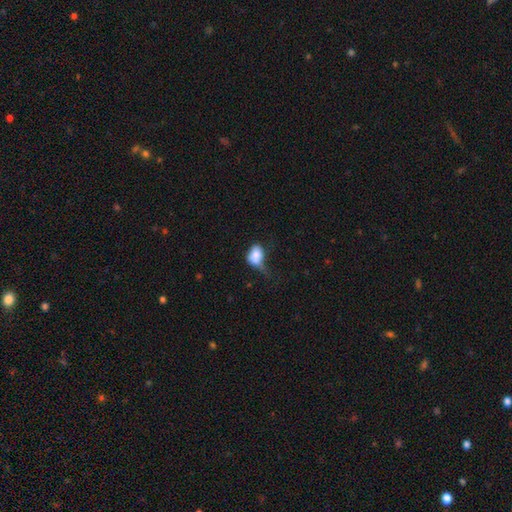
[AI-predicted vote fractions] Smooth or featured: smooth — 77% (featured or disk — 15%)
How rounded: in between — 74% (round — 25%)
Merging: minor disturbance — 35% (major disturbance — 34%)